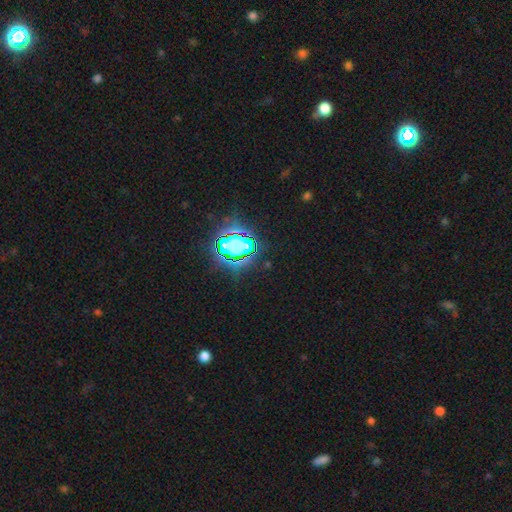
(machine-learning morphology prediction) The model was most divided on "smooth or featured": star or artifact: 79%, smooth: 13%, featured or disk: 7%.